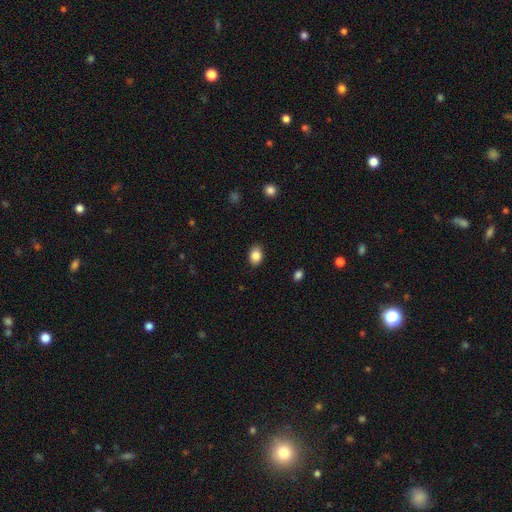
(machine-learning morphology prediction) Smooth or featured? Predicted: smooth (p=0.87). How rounded? Predicted: in between (p=0.75). Merging? Predicted: none (p=0.87).